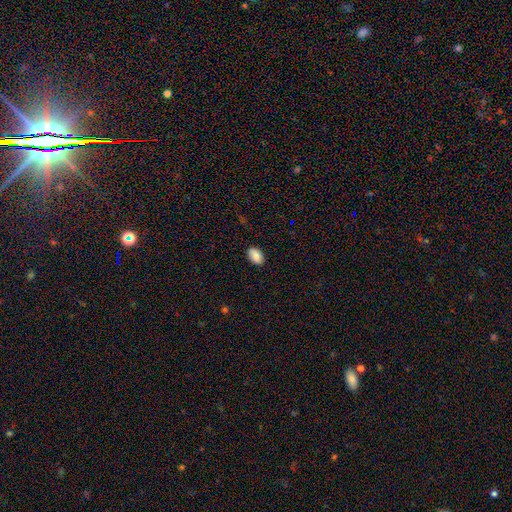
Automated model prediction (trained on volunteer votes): smooth_or_featured: smooth (p=0.86) [alt: star or artifact p=0.08]
how_rounded: in between (p=0.87) [alt: round p=0.12]
merging: none (p=0.87) [alt: minor disturbance p=0.10]